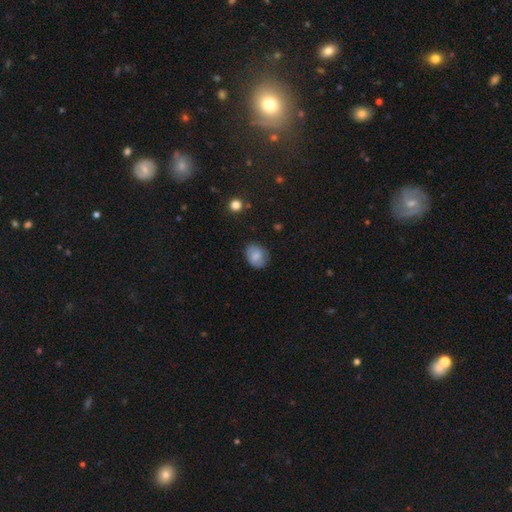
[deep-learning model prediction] Morphology: type=smooth (76%); roundness=in between (59%); merging=none (73%).